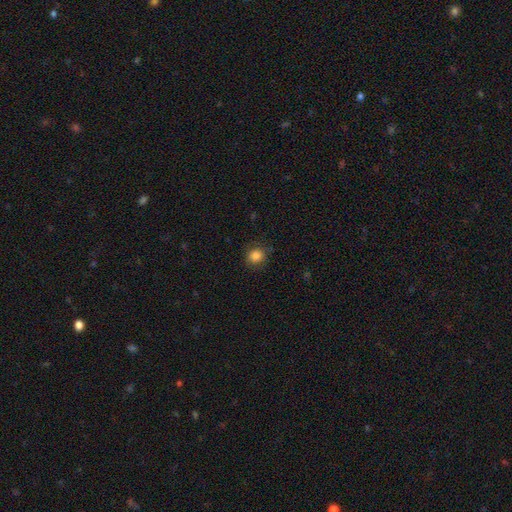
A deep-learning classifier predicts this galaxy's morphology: Smooth or featured? Predicted: smooth (p=0.84). How rounded? Predicted: round (p=0.83). Merging? Predicted: none (p=0.80).